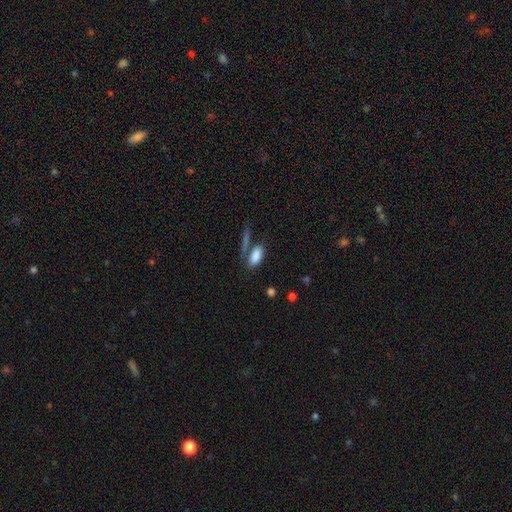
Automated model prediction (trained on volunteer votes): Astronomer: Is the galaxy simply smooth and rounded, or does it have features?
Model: smooth — 84%.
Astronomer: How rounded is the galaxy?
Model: in between — 86%.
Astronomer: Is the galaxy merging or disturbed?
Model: none — 60%.